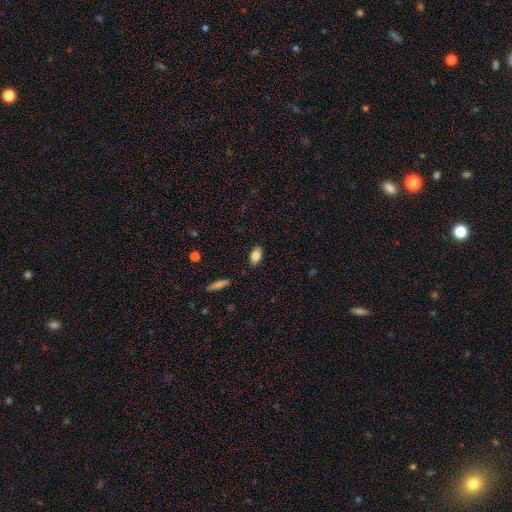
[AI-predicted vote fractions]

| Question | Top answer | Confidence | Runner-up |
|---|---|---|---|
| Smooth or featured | smooth | 82% | featured or disk (11%) |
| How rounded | in between | 90% | cigar-shaped (6%) |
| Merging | none | 86% | minor disturbance (10%) |